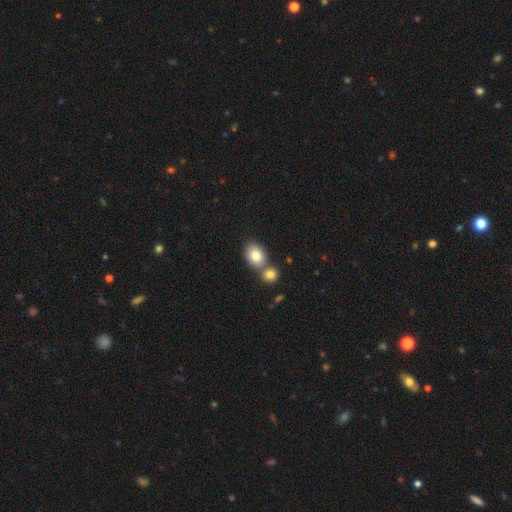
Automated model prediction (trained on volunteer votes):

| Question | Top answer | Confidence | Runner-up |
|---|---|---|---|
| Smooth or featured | smooth | 81% | featured or disk (10%) |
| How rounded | in between | 63% | round (36%) |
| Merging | none | 49% | merger (40%) |